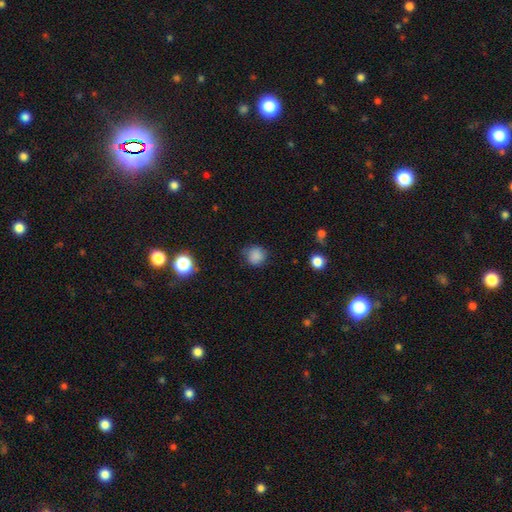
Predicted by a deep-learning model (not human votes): smooth-or-featured: smooth: 83% | star or artifact: 12% | featured or disk: 5%
  how-rounded: round: 86% | in between: 13% | cigar-shaped: 1%
  merging: none: 73% | minor disturbance: 20% | major disturbance: 5% | merger: 2%